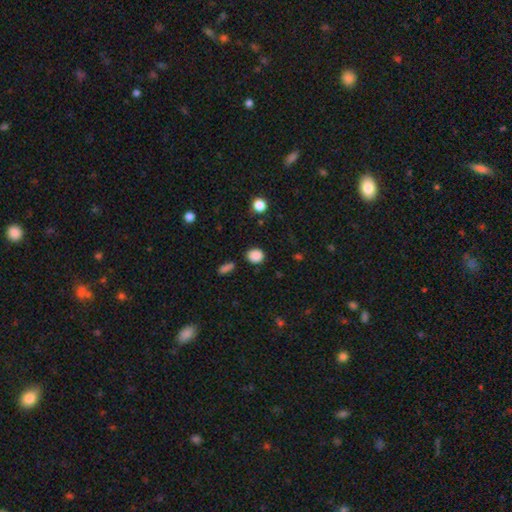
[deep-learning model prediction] Overall: smooth (87%). How rounded: round (74%). Merging: none (85%).